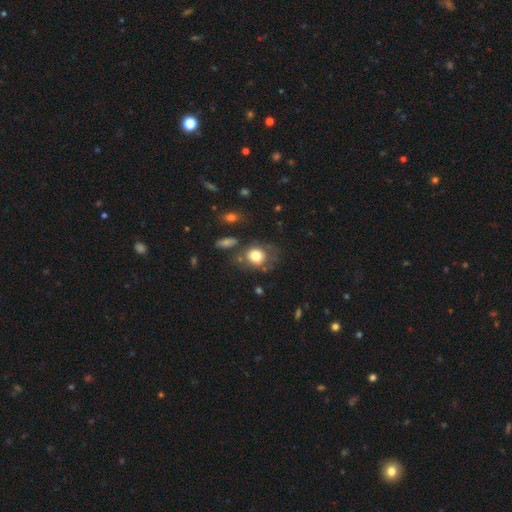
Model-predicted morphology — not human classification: Smooth or featured?
  - smooth: 77% *
  - featured or disk: 14%
  - star or artifact: 9%
How rounded?
  - round: 68% *
  - in between: 31%
  - cigar-shaped: 1%
Merging?
  - none: 56% *
  - minor disturbance: 22%
  - major disturbance: 13%
  - merger: 9%